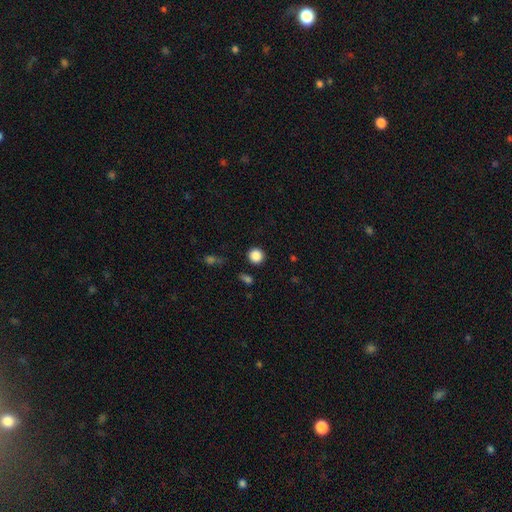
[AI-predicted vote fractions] A smooth galaxy with no disk features (86%) that is round (93%). Merging: none (90%).